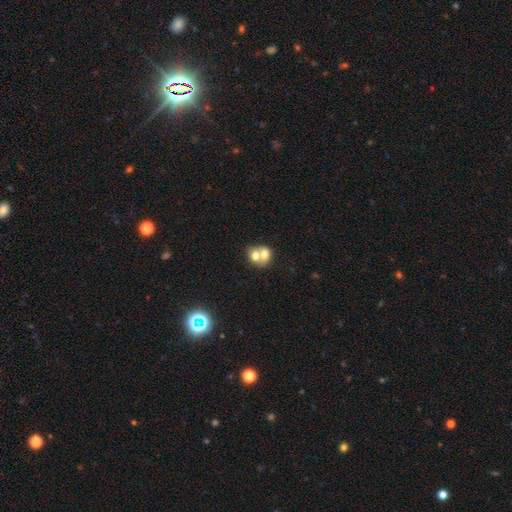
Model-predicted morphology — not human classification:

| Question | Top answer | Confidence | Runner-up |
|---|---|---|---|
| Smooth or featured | smooth | 65% | featured or disk (25%) |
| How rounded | round | 58% | in between (41%) |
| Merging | merger | 70% | none (22%) |